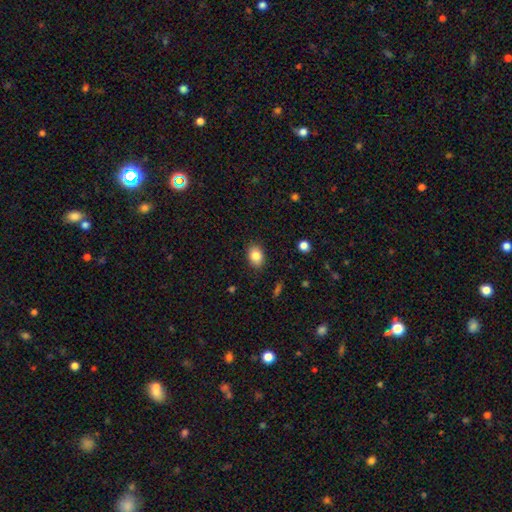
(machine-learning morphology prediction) This appears to be a smooth galaxy with no disk features (84%) that is in between round and cigar-shaped (73%). Merging: none (88%).